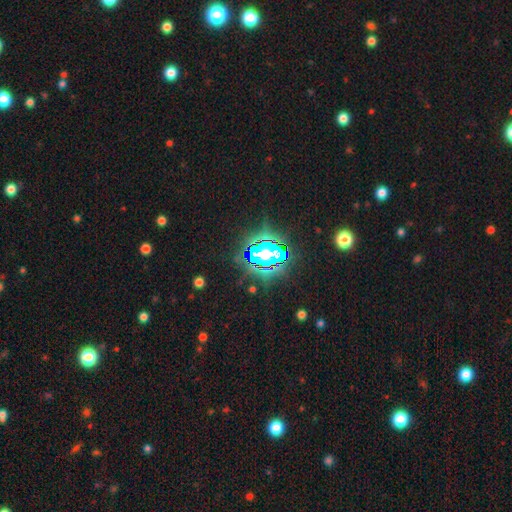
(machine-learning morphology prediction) Smooth or featured? star or artifact (82%)